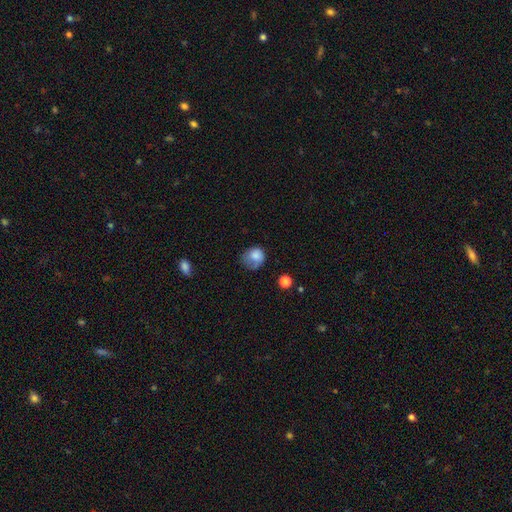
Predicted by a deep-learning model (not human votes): smooth_or_featured: smooth (p=0.79) [alt: featured or disk p=0.12]
how_rounded: round (p=0.70) [alt: in between p=0.29]
merging: none (p=0.37) [alt: minor disturbance p=0.35]